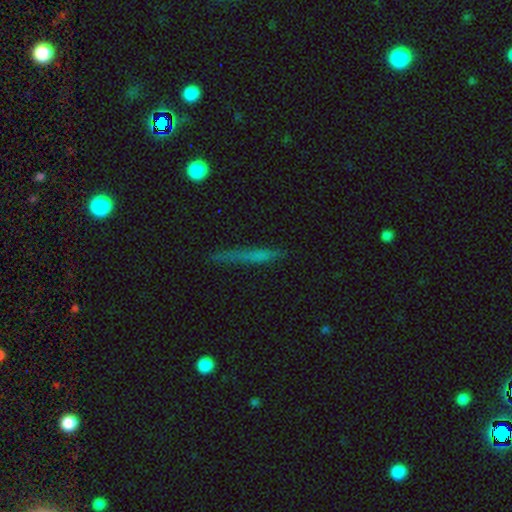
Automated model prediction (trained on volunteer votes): Smooth or featured? Predicted: smooth (p=0.52). How rounded? Predicted: cigar-shaped (p=0.91). Merging? Predicted: none (p=0.77).